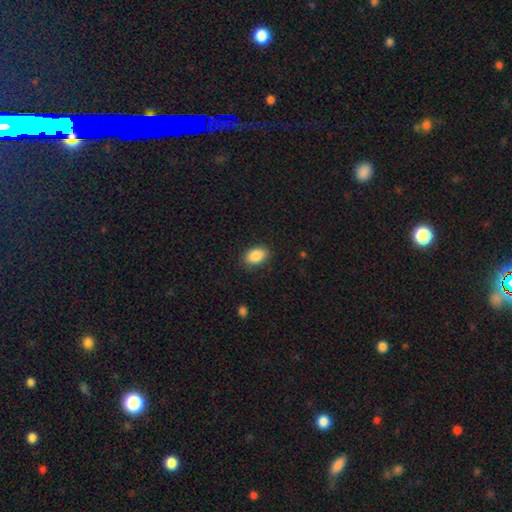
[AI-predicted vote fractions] Smooth or featured: smooth — 88% (star or artifact — 7%)
How rounded: in between — 86% (round — 12%)
Merging: none — 85% (minor disturbance — 11%)